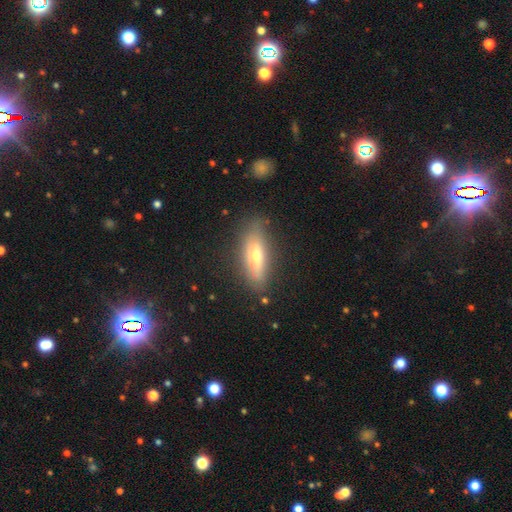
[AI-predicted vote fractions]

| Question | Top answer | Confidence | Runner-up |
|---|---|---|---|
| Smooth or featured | smooth | 49% | featured or disk (43%) |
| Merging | none | 77% | minor disturbance (17%) |